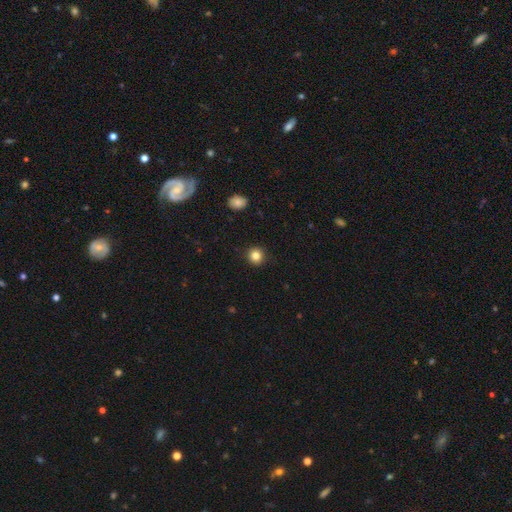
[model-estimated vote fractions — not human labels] Q: Smooth or featured?
A: smooth (83%); runner-up: star or artifact (12%)
Q: How rounded?
A: round (92%); runner-up: in between (7%)
Q: Merging?
A: none (92%); runner-up: minor disturbance (6%)